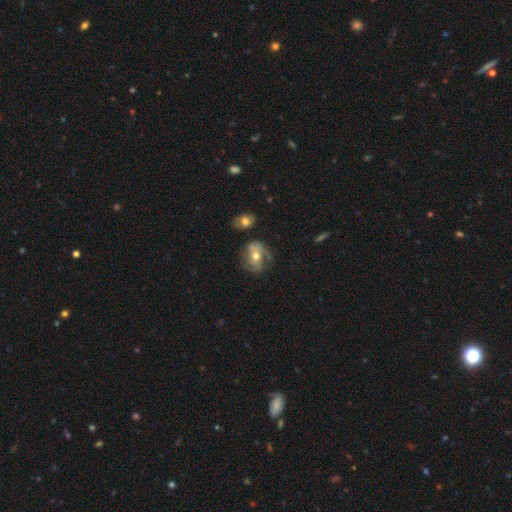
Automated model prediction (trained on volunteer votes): Q: Smooth or featured?
A: featured or disk (73%); runner-up: smooth (20%)
Q: Edge-on disk?
A: no (97%); runner-up: yes (3%)
Q: Bar?
A: no (62%); runner-up: weak (29%)
Q: Spiral arms?
A: yes (87%); runner-up: no (13%)
Q: Spiral winding?
A: medium (46%); runner-up: tight (30%)
Q: Spiral arm count?
A: 2 (56%); runner-up: can't tell (16%)
Q: Bulge size?
A: moderate (74%); runner-up: small (19%)
Q: Merging?
A: none (60%); runner-up: minor disturbance (22%)